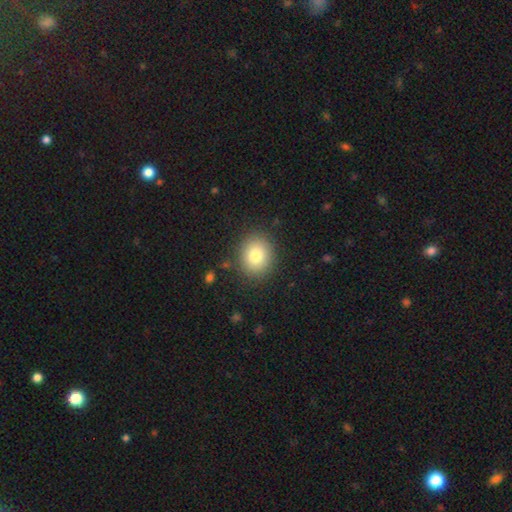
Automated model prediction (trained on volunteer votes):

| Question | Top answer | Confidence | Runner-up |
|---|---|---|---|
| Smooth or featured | smooth | 80% | star or artifact (10%) |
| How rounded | round | 66% | in between (33%) |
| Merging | none | 88% | minor disturbance (8%) |